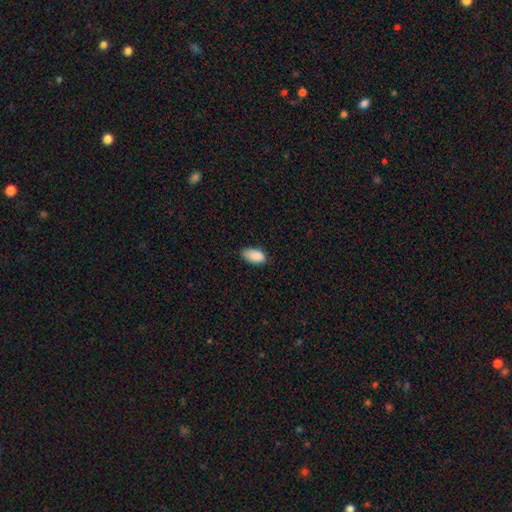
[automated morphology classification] A smooth galaxy with no disk features (89%) that is in between round and cigar-shaped (94%). Merging: none (65%).